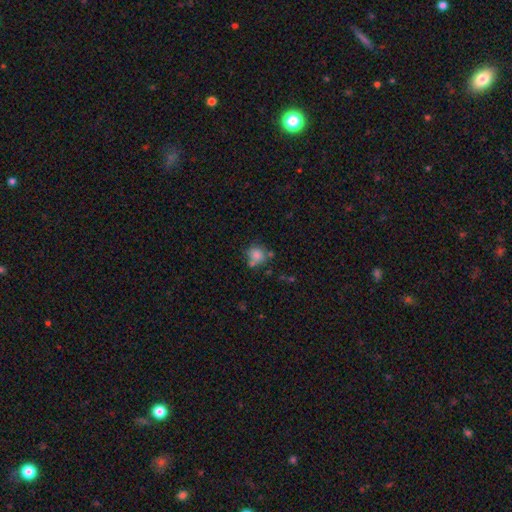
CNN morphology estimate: Smooth or featured? smooth (78%)
How rounded? round (78%)
Merging? none (56%)